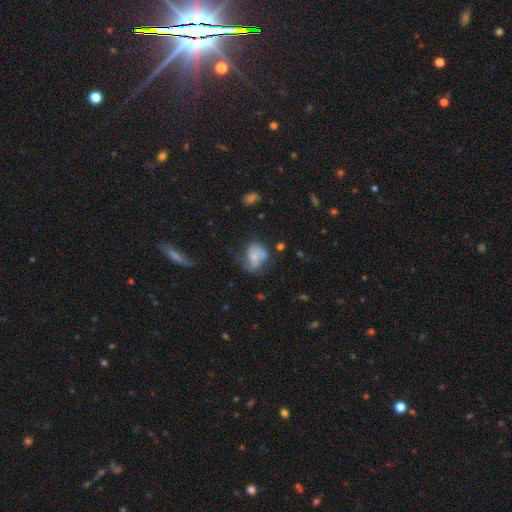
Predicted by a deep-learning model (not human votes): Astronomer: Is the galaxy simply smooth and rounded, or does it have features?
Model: smooth — 62%.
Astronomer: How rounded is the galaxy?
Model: in between — 67%.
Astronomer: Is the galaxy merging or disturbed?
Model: none — 30% (runner-up: major disturbance, 28%).